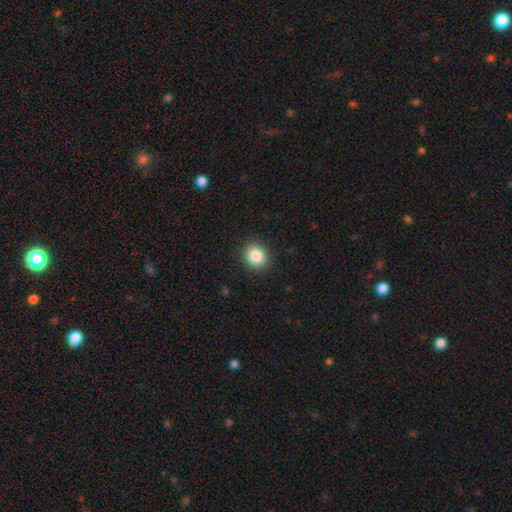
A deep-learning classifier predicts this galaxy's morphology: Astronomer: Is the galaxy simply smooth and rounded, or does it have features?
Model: smooth — 85%.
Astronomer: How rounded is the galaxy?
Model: round — 76%.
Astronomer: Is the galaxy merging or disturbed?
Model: none — 90%.